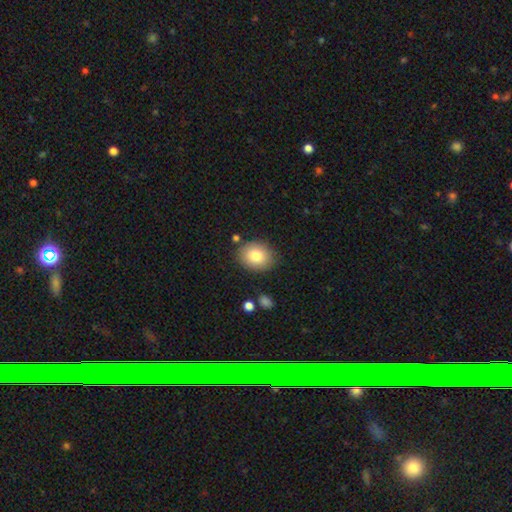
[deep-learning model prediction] Overall: smooth (81%). How rounded: round (53%; in between 46%). Merging: none (84%).